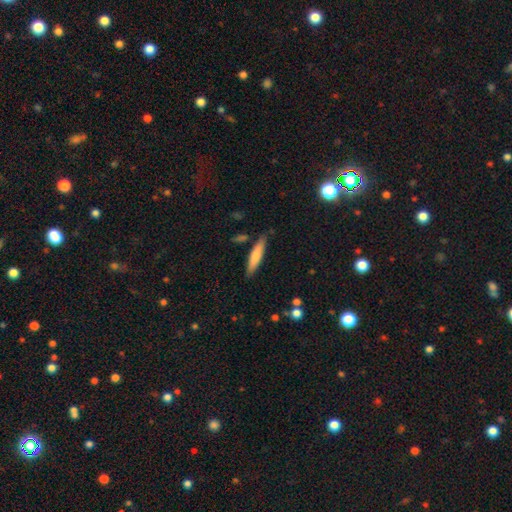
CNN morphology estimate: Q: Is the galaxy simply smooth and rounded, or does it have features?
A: smooth — 72%.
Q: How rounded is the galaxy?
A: cigar-shaped — 86%.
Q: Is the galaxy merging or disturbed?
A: none — 85%.